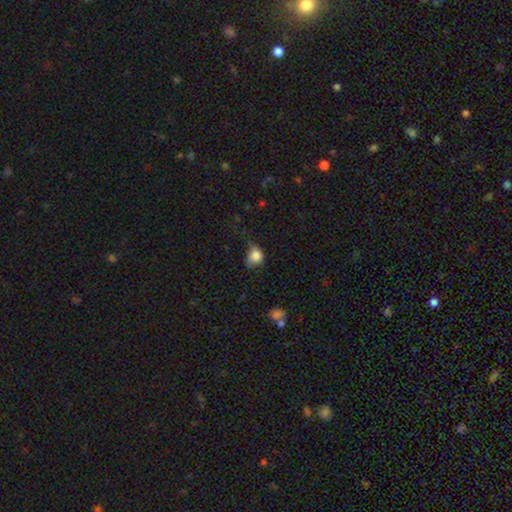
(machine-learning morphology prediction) Smooth or featured?
  - smooth: 83% *
  - star or artifact: 9%
  - featured or disk: 8%
How rounded?
  - round: 60% *
  - in between: 39%
  - cigar-shaped: 1%
Merging?
  - minor disturbance: 42% *
  - none: 28%
  - major disturbance: 26%
  - merger: 3%